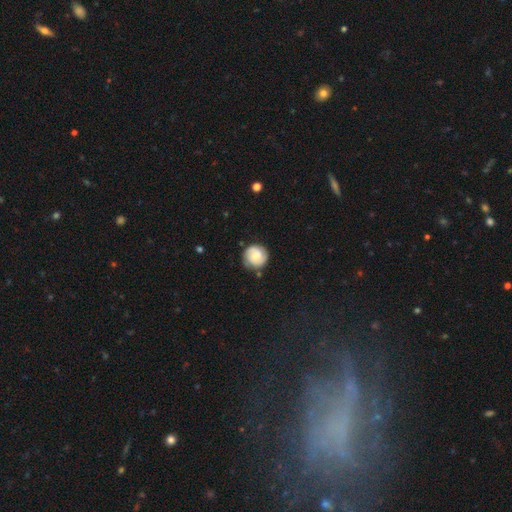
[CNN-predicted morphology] A smooth galaxy with no disk features (47%). Merging: none (81%).